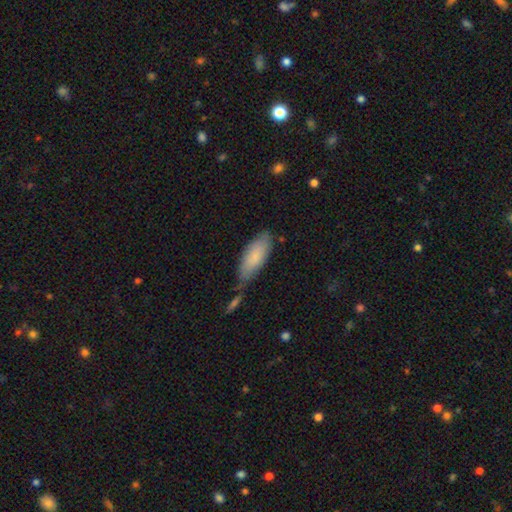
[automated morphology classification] Smooth or featured?
  - smooth: 80% *
  - featured or disk: 14%
  - star or artifact: 6%
How rounded?
  - in between: 72% *
  - cigar-shaped: 26%
  - round: 2%
Merging?
  - none: 54% *
  - minor disturbance: 26%
  - merger: 14%
  - major disturbance: 6%